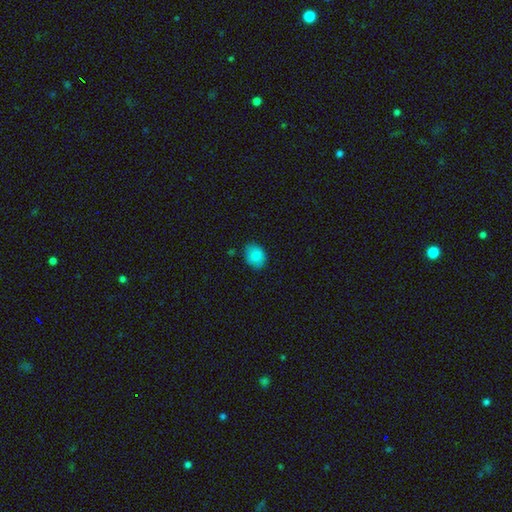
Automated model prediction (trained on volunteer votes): A smooth galaxy with no disk features (87%) that is in between round and cigar-shaped (54%). Merging: none (78%).